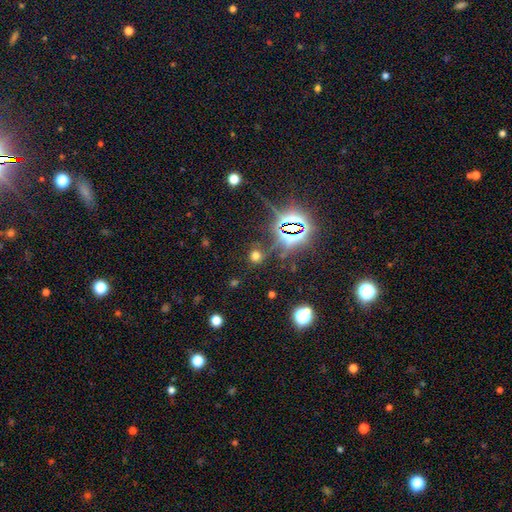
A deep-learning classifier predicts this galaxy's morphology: smooth_or_featured: smooth (p=0.52) [alt: star or artifact p=0.40]
how_rounded: round (p=0.83) [alt: in between p=0.16]
merging: none (p=0.79) [alt: minor disturbance p=0.10]